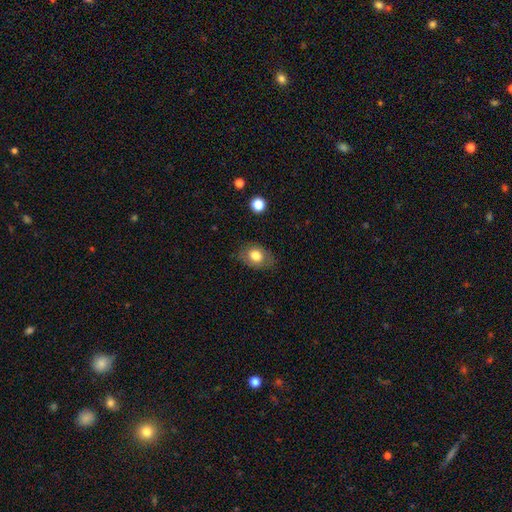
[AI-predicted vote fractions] A smooth galaxy with no disk features (73%) that is in between round and cigar-shaped (73%). Merging: none (78%).